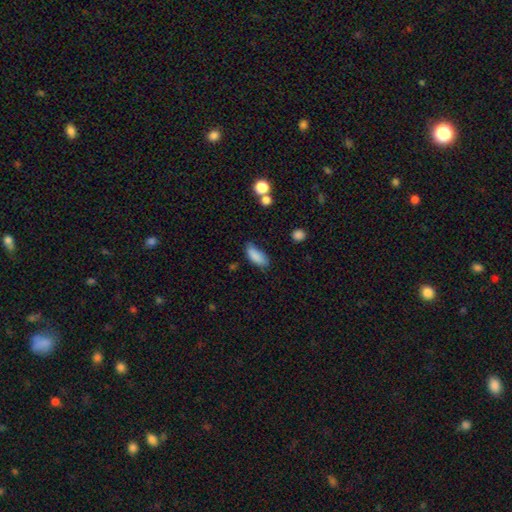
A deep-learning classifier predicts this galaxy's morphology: smooth 86%, star or artifact 8%, featured or disk 6%. Down the decision tree: how rounded — in between (81%); merging — none (64%).